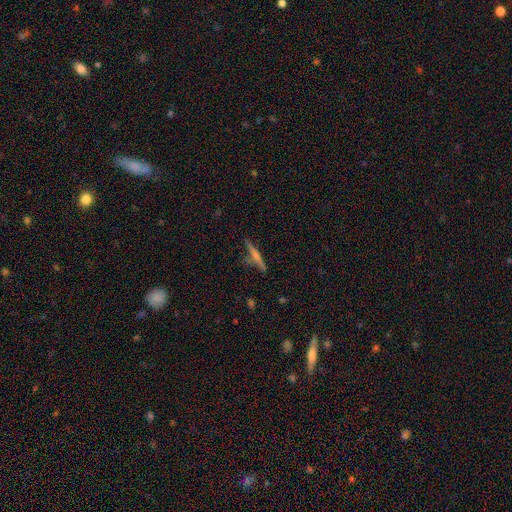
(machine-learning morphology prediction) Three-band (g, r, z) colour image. It shows a featured or disk galaxy (57%) viewed edge-on (97%) with a rounded central bulge (71%). Merging: none (81%).